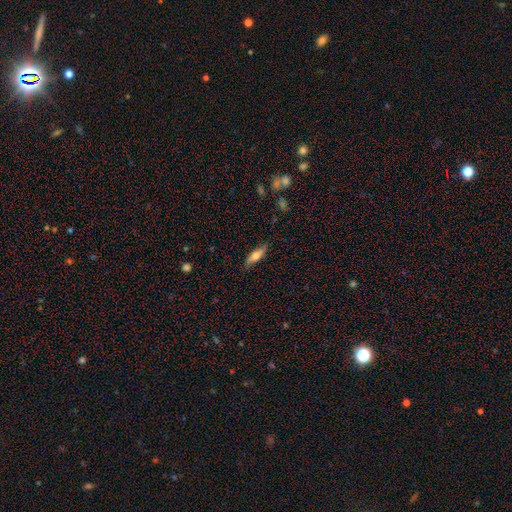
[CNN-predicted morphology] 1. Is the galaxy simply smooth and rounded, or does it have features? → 63% smooth, 30% featured or disk, 6% star or artifact.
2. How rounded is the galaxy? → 58% cigar-shaped, 40% in between, 2% round.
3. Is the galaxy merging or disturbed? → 81% none, 15% minor disturbance, 3% major disturbance, 1% merger.